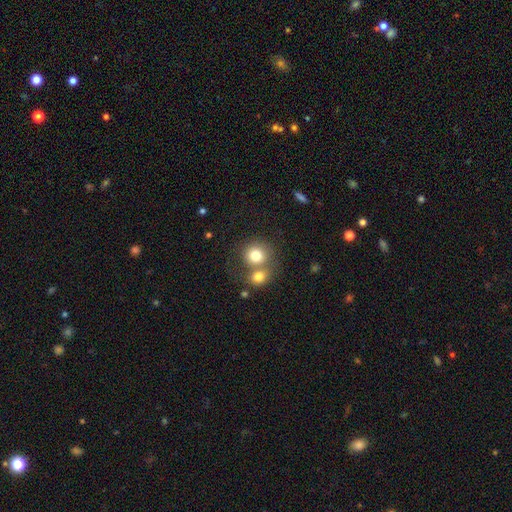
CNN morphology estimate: Smooth or featured? smooth (78%)
How rounded? round (82%)
Merging? merger (46%)